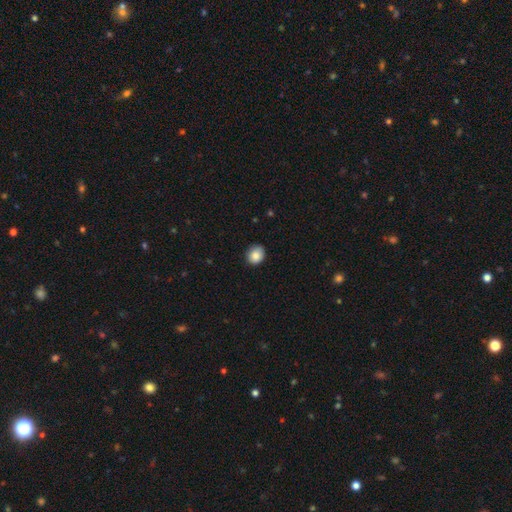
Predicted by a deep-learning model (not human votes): smooth 86%, star or artifact 9%, featured or disk 6%. Down the decision tree: how rounded — round (74%); merging — none (85%).